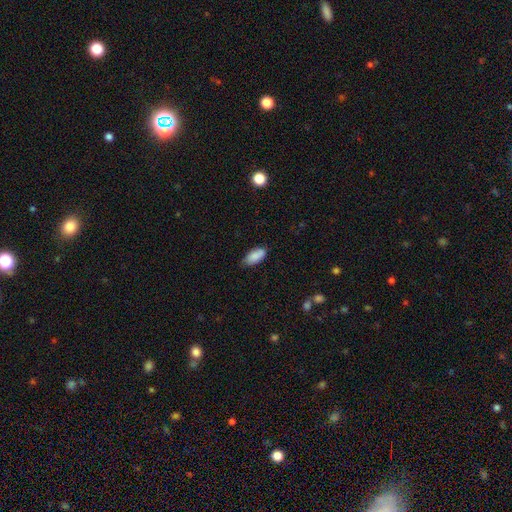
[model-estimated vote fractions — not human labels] smooth-or-featured: smooth: 87% | featured or disk: 7% | star or artifact: 7%
  how-rounded: in between: 90% | cigar-shaped: 8% | round: 2%
  merging: none: 73% | minor disturbance: 22% | major disturbance: 3% | merger: 2%